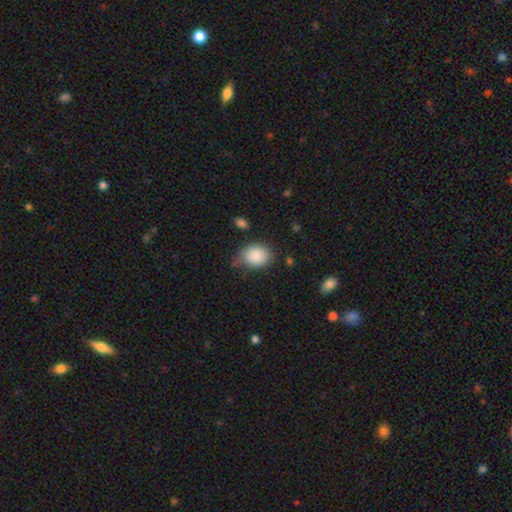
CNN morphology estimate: Smooth or featured? Predicted: smooth (p=0.87). How rounded? Predicted: in between (p=0.58). Merging? Predicted: none (p=0.54).